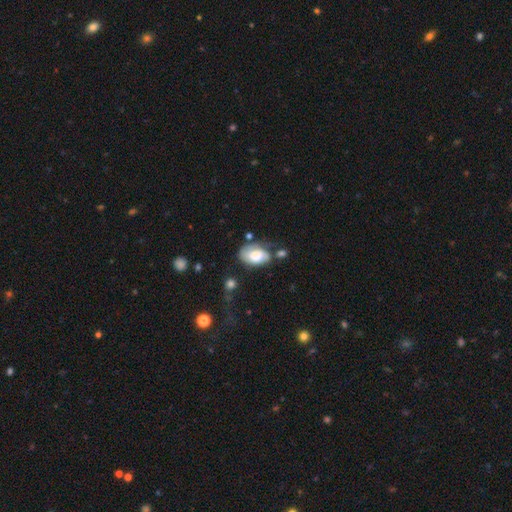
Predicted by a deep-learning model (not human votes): A smooth galaxy with no disk features (57%) that is in between round and cigar-shaped (90%). Merging: none (42%).